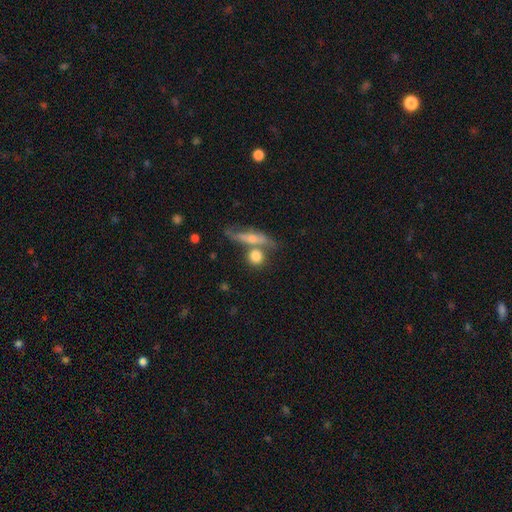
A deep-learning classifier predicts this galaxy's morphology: Smooth or featured: smooth — 74% (featured or disk — 18%)
How rounded: round — 72% (in between — 17%)
Merging: none — 52% (merger — 30%)